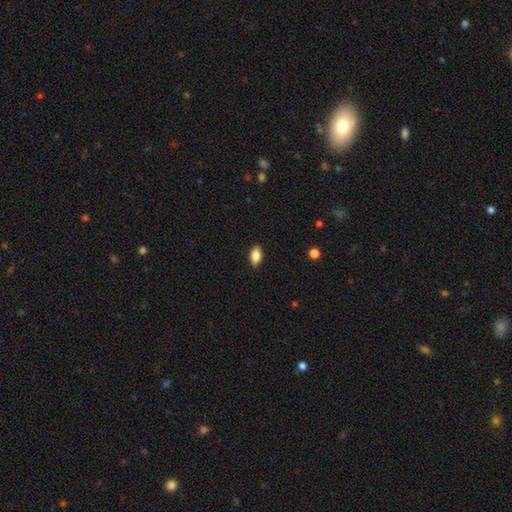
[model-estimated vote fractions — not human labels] Overall: smooth (86%). How rounded: in between (91%). Merging: none (89%).